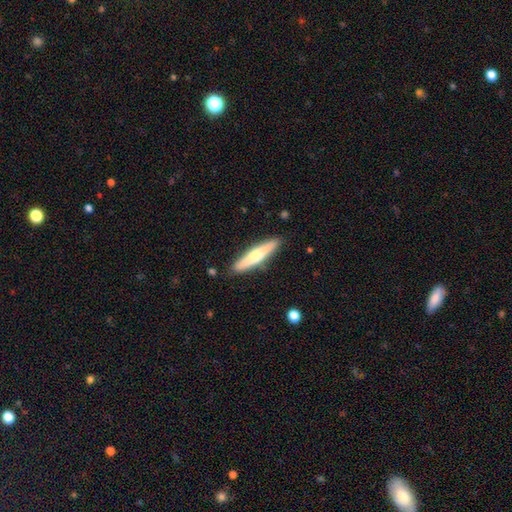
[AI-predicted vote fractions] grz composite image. It shows a smooth galaxy with no disk features (55%) that is cigar-shaped (88%). Merging: none (88%).